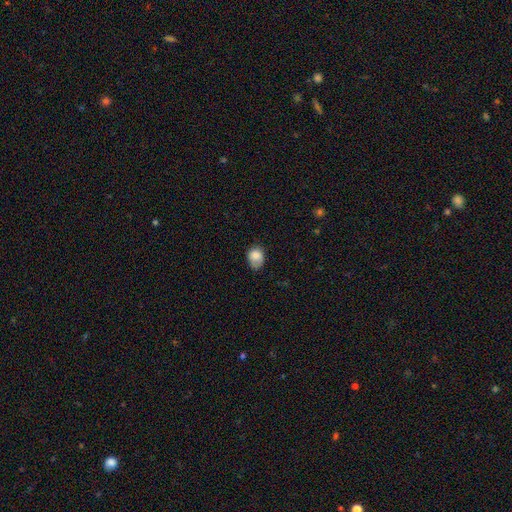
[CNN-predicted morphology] Q: Smooth or featured?
A: smooth (81%); runner-up: featured or disk (11%)
Q: How rounded?
A: in between (59%); runner-up: round (40%)
Q: Merging?
A: none (47%); runner-up: minor disturbance (38%)